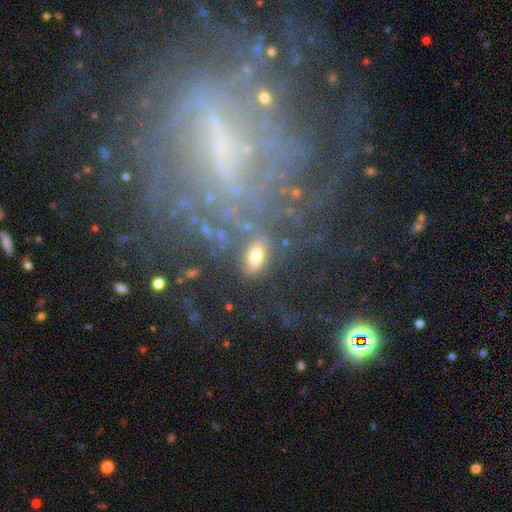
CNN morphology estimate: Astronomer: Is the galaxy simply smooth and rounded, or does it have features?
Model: smooth — 51% (runner-up: featured or disk, 31%).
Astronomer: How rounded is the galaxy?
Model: in between — 80%.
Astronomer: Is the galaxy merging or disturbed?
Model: none — 54%.